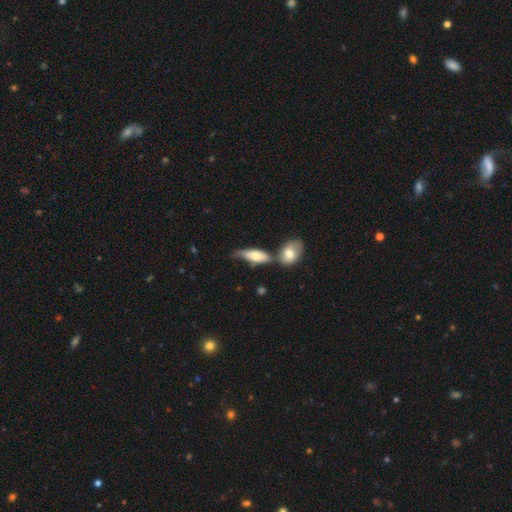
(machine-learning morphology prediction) Smooth or featured?
  - smooth: 69% *
  - featured or disk: 25%
  - star or artifact: 6%
How rounded?
  - in between: 73% *
  - cigar-shaped: 24%
  - round: 3%
Merging?
  - merger: 39% *
  - none: 30%
  - minor disturbance: 21%
  - major disturbance: 10%